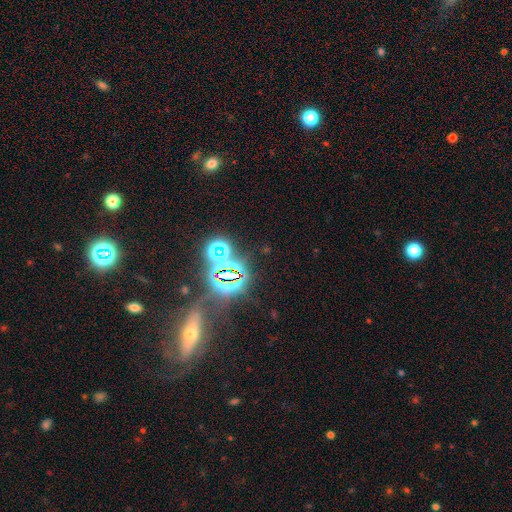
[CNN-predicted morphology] Smooth or featured? Predicted: star or artifact (p=0.65).